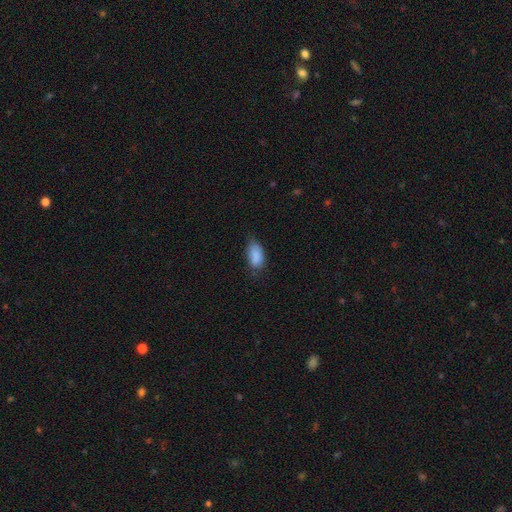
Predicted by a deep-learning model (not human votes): Smooth or featured?
  - smooth: 86% *
  - star or artifact: 7%
  - featured or disk: 6%
How rounded?
  - in between: 91% *
  - cigar-shaped: 5%
  - round: 4%
Merging?
  - none: 60% *
  - minor disturbance: 32%
  - major disturbance: 7%
  - merger: 1%